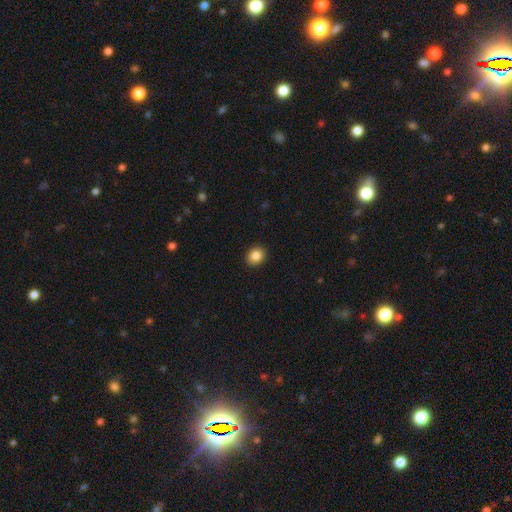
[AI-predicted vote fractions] smooth-or-featured: smooth: 87% | star or artifact: 9% | featured or disk: 4%
  how-rounded: round: 62% | in between: 37% | cigar-shaped: 1%
  merging: none: 91% | minor disturbance: 6% | major disturbance: 2% | merger: 1%